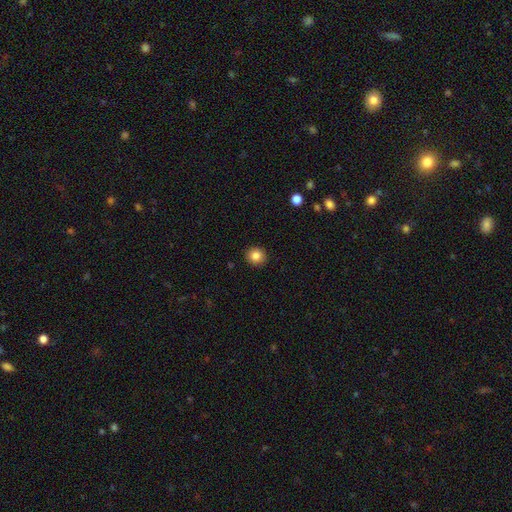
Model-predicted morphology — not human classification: Q: Smooth or featured?
A: smooth (84%); runner-up: star or artifact (10%)
Q: How rounded?
A: round (91%); runner-up: in between (8%)
Q: Merging?
A: none (92%); runner-up: minor disturbance (5%)